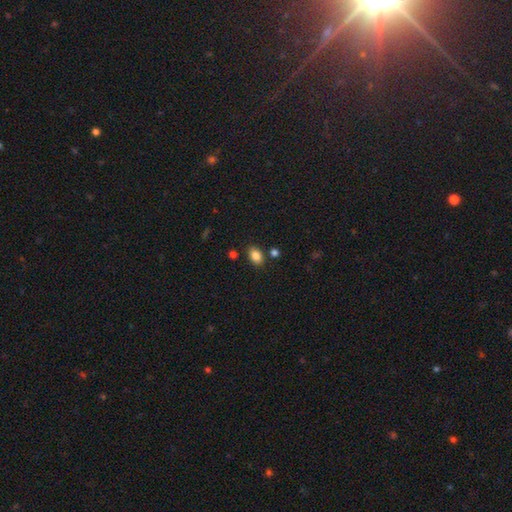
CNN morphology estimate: Smooth or featured?
  - smooth: 85% *
  - star or artifact: 9%
  - featured or disk: 5%
How rounded?
  - in between: 83% *
  - round: 15%
  - cigar-shaped: 1%
Merging?
  - none: 82% *
  - minor disturbance: 10%
  - merger: 5%
  - major disturbance: 3%